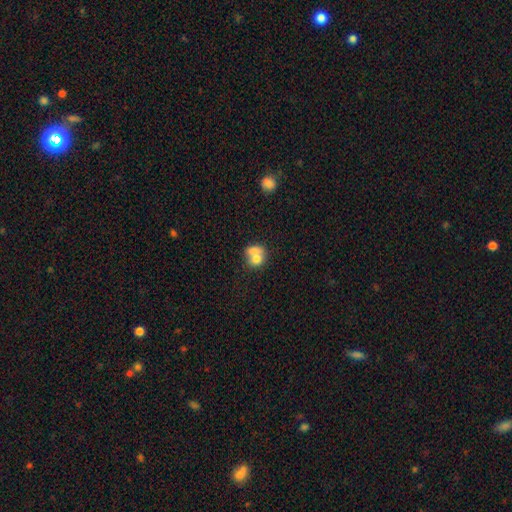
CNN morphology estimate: smooth_or_featured: smooth (p=0.71) [alt: featured or disk p=0.20]
how_rounded: round (p=0.60) [alt: in between p=0.39]
merging: merger (p=0.63) [alt: none p=0.24]